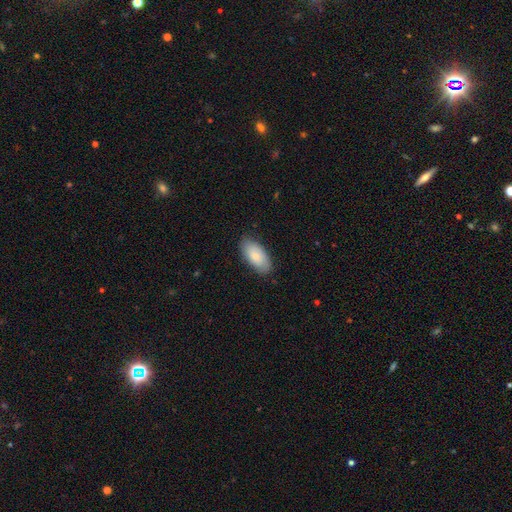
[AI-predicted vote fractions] Smooth or featured? smooth (75%)
How rounded? in between (93%)
Merging? none (83%)